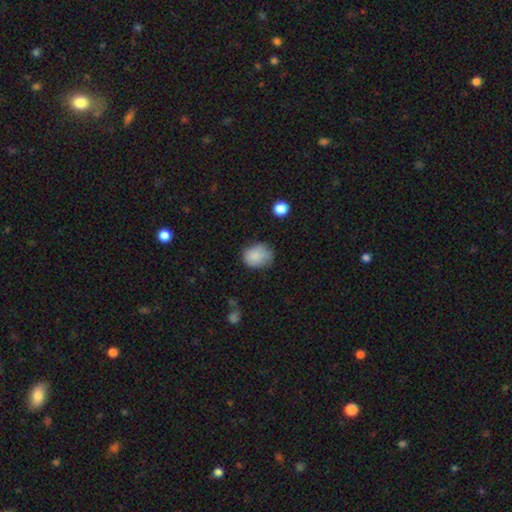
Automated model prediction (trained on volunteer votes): Smooth or featured? Predicted: smooth (p=0.84). How rounded? Predicted: in between (p=0.50). Merging? Predicted: none (p=0.62).